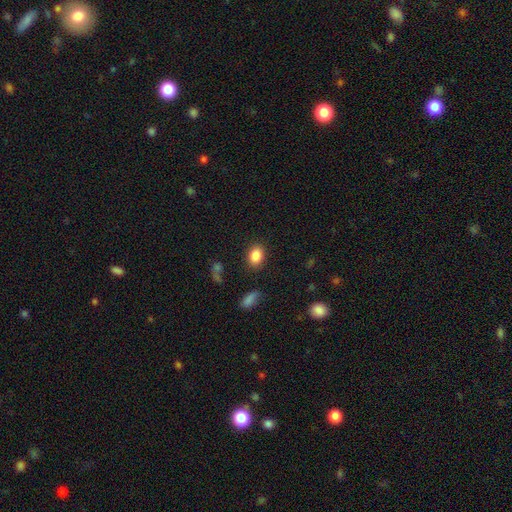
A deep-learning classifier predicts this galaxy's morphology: This appears to be a smooth galaxy with no disk features (86%) that is in between round and cigar-shaped (74%). Merging: none (86%).